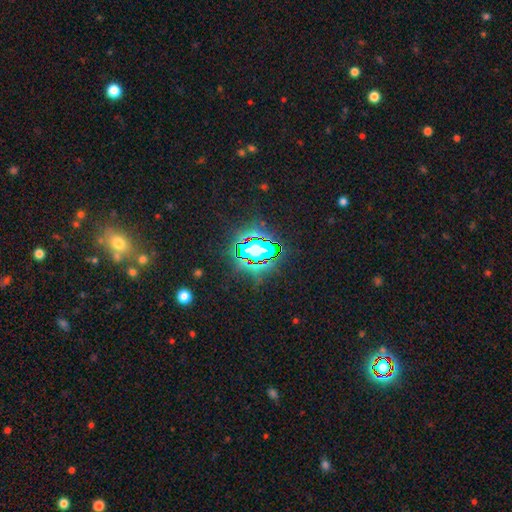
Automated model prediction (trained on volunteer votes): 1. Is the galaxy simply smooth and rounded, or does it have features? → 81% star or artifact, 11% smooth, 8% featured or disk.